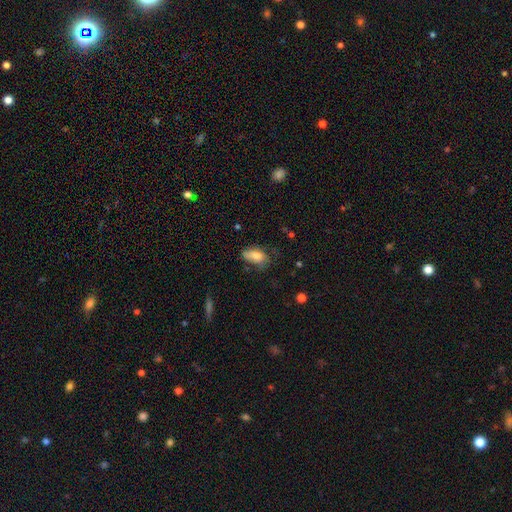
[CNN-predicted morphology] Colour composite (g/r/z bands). It shows a smooth galaxy with no disk features (76%) that is in between round and cigar-shaped (90%). Merging: none (43%).